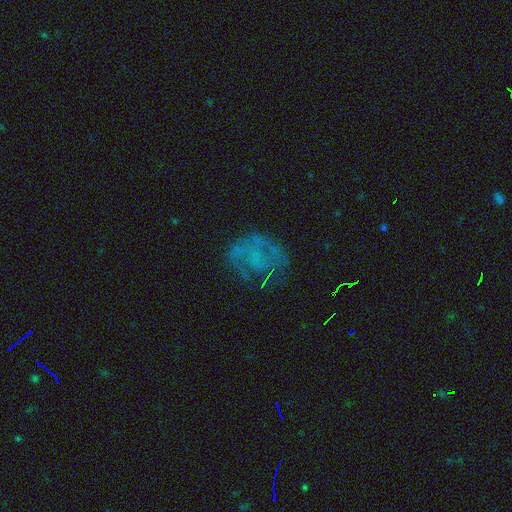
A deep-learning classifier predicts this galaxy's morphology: A featured or disk galaxy (52%) with no bar (86%), no spiral arms (63%) and no central bulge (77%).

Vote fractions:
- Smooth or featured? featured or disk: 52% / smooth: 29% / star or artifact: 19%
- Edge-on disk? no: 98% / yes: 2%
- Bar? no: 86% / weak: 11% / strong: 3%
- Spiral arms? no: 63% / yes: 37%
- Bulge size? none: 77% / small: 11% / moderate: 7% / large: 3% / dominant: 1%
- Merging? none: 51% / major disturbance: 27% / minor disturbance: 20% / merger: 2%